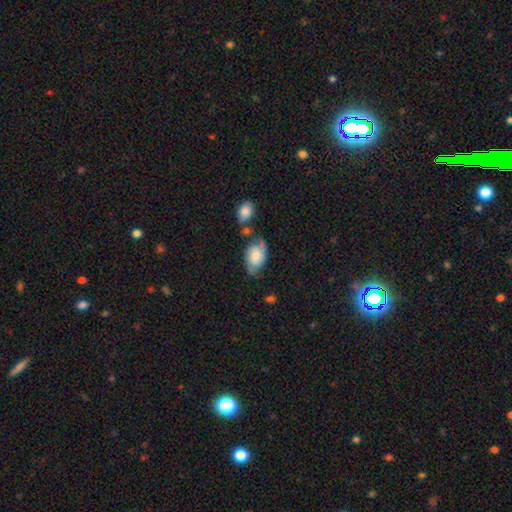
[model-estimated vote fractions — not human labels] Overall: featured or disk (58%; smooth 35%). Edge-on disk: no (96%). Bar: no (71%). Spiral arms: yes (87%). Bulge size: moderate (54%; small 34%). Merging: none (52%; minor disturbance 26%).